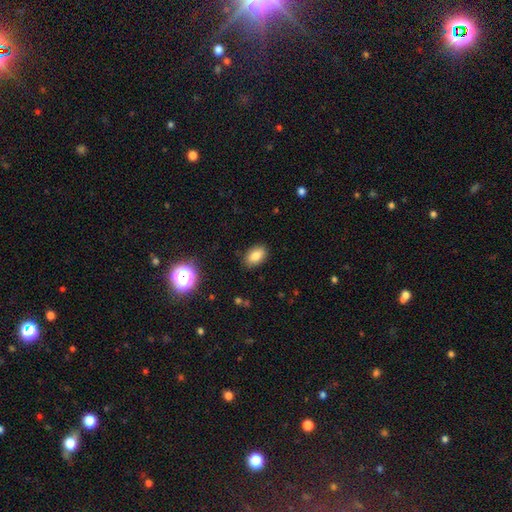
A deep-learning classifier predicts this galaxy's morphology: Smooth or featured: smooth — 82% (star or artifact — 10%)
How rounded: in between — 90% (round — 8%)
Merging: none — 87% (minor disturbance — 10%)